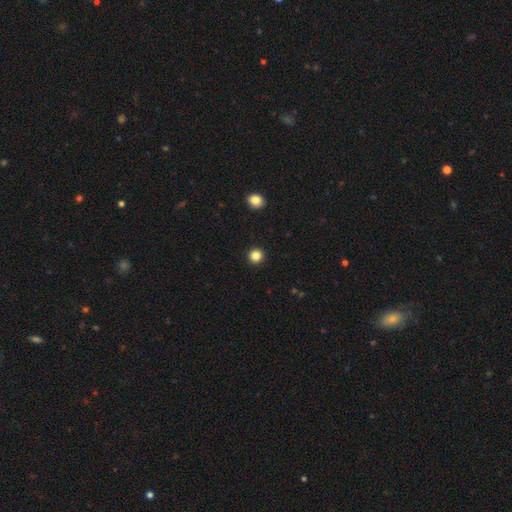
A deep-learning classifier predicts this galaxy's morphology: This appears to be a smooth galaxy with no disk features (84%) that is round (95%). Merging: none (94%).